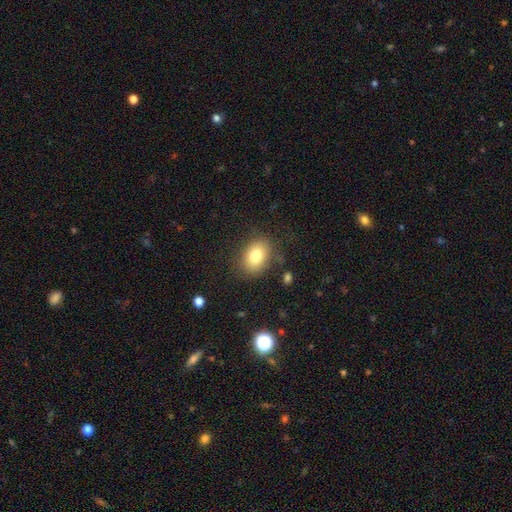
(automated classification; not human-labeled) smooth-or-featured: smooth: 80% | featured or disk: 11% | star or artifact: 9%
  how-rounded: in between: 73% | round: 26% | cigar-shaped: 1%
  merging: none: 80% | minor disturbance: 13% | major disturbance: 5% | merger: 2%